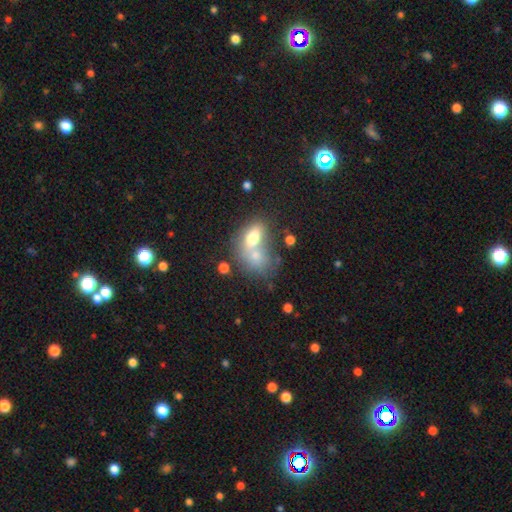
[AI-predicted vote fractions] The model was most divided on "merging": merger: 62%, none: 22%, minor disturbance: 9%, major disturbance: 7%. More confident: how rounded — in between (73%); smooth or featured — smooth (68%).